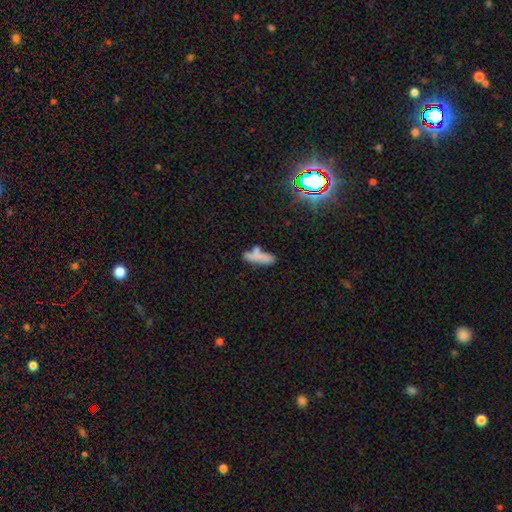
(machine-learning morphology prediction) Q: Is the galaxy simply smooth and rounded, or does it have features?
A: smooth — 68%.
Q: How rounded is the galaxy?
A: cigar-shaped — 53%.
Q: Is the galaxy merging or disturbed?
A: none — 41%.